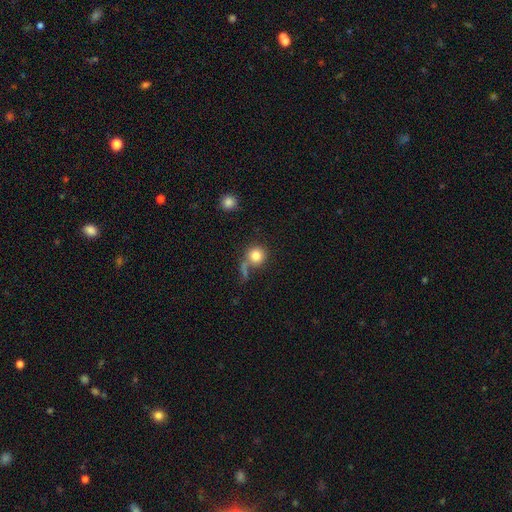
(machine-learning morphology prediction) Smooth or featured? Predicted: smooth (p=0.81). How rounded? Predicted: round (p=0.90). Merging? Predicted: none (p=0.54).